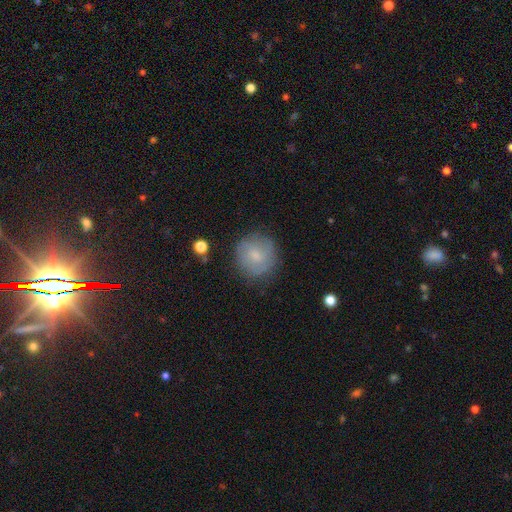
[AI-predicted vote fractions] A smooth galaxy with no disk features (66%) that is round (93%).

Vote fractions:
- Smooth or featured? smooth: 66% / featured or disk: 26% / star or artifact: 8%
- How rounded? round: 93% / in between: 6% / cigar-shaped: 1%
- Merging? none: 80% / minor disturbance: 14% / major disturbance: 4% / merger: 1%